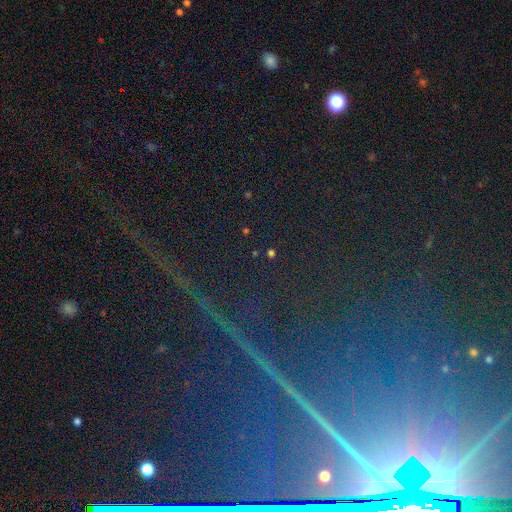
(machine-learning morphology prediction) A star or artifact, not a galaxy (86%).

Vote fractions:
- Smooth or featured? star or artifact: 86% / featured or disk: 8% / smooth: 6%